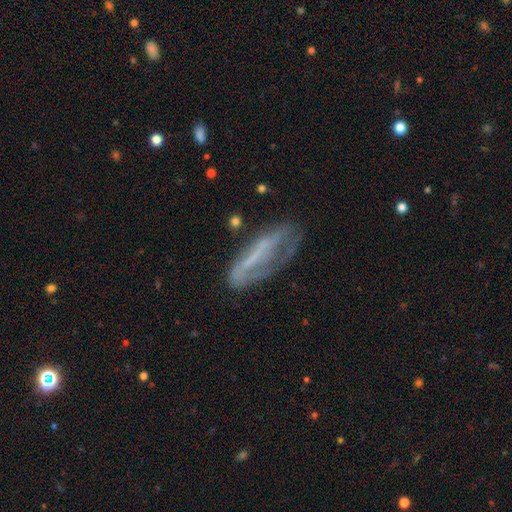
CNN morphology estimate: Overall: featured or disk (56%; smooth 34%). Edge-on disk: no (73%). Merging: none (47%; minor disturbance 27%).